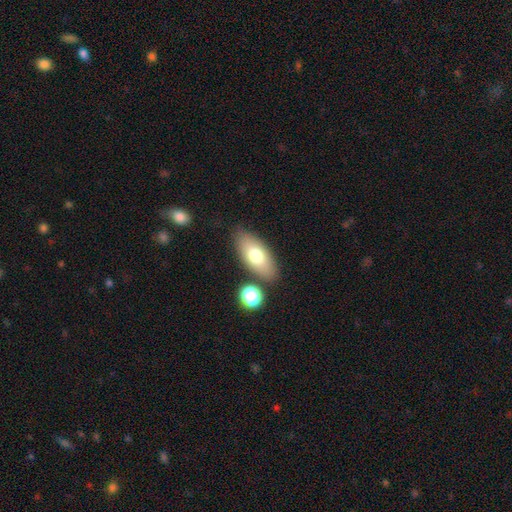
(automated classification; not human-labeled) This is likely a smooth galaxy (73%). How rounded: clearly in between (86%). Merging: clearly none (80%).